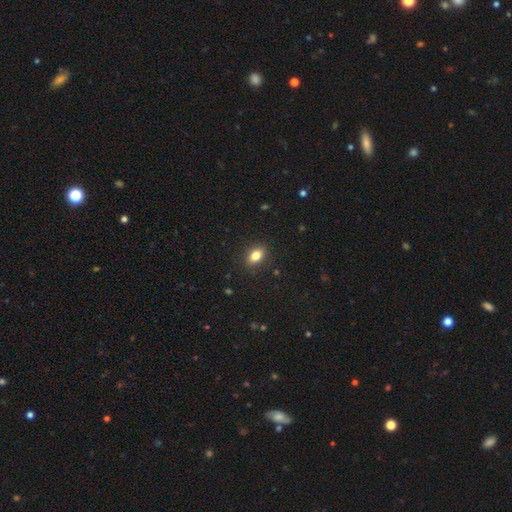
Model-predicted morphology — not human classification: smooth 83%, star or artifact 10%, featured or disk 8%. Down the decision tree: how rounded — in between (78%); merging — none (89%).